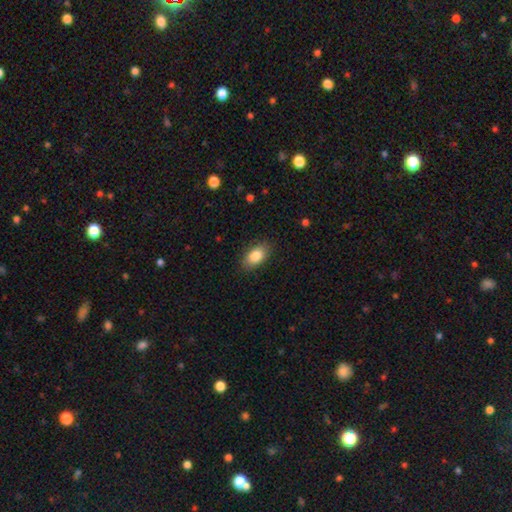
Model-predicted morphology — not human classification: This is clearly a smooth galaxy (85%). How rounded: clearly in between (91%). Merging: clearly none (85%).